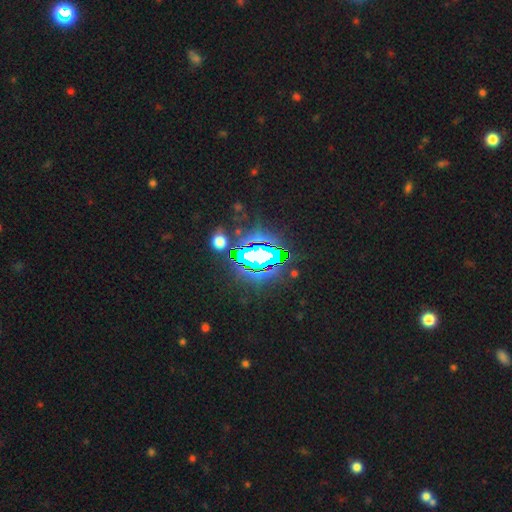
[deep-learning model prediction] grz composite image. It shows a star or artifact, not a galaxy (80%).